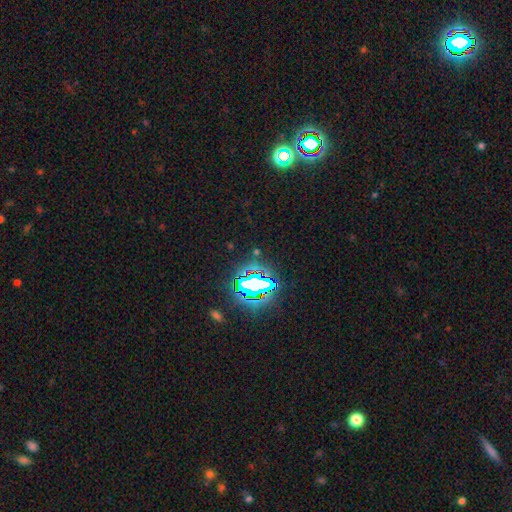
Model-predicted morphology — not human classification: Smooth or featured? star or artifact (74%)